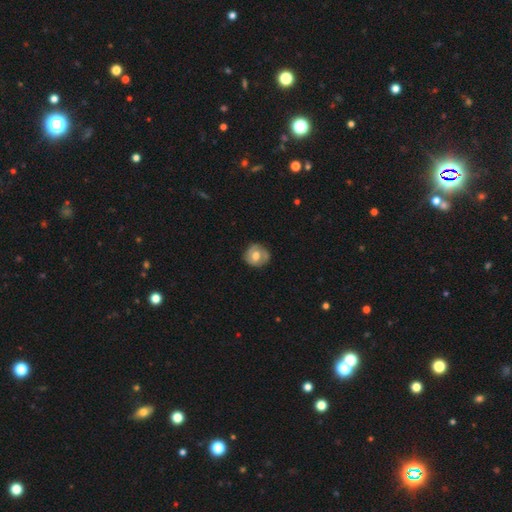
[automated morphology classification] smooth-or-featured: featured or disk: 48% | smooth: 45% | star or artifact: 7%
  merging: none: 75% | minor disturbance: 19% | major disturbance: 5% | merger: 1%